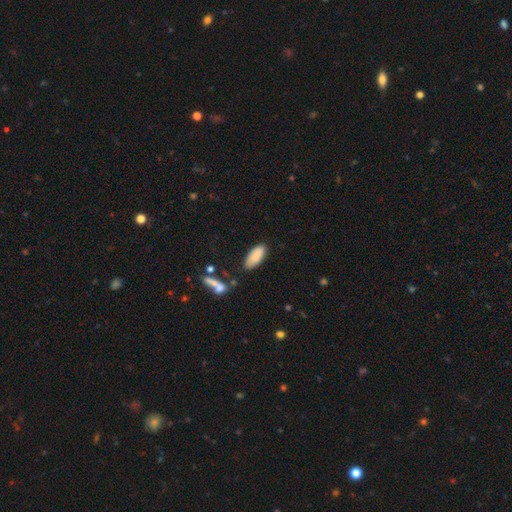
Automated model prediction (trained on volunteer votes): The model was most divided on "merging": none: 78%, minor disturbance: 15%, merger: 4%, major disturbance: 3%. More confident: how rounded — in between (86%); smooth or featured — smooth (85%).